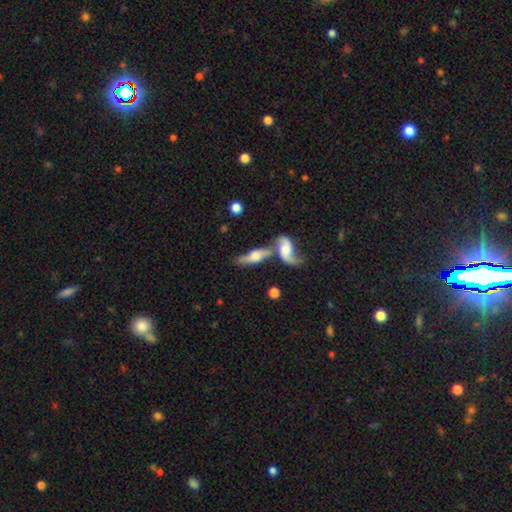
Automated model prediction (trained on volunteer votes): featured or disk 62%, smooth 30%, star or artifact 7%. Down the decision tree: edge-on disk — yes (51%); merging — merger (56%).